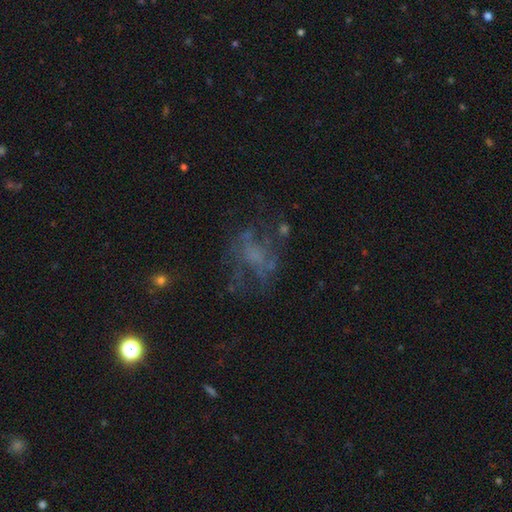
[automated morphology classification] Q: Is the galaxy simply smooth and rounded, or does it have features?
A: featured or disk — 51%.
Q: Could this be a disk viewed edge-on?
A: no — 97%.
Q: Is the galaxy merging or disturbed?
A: none — 49%.